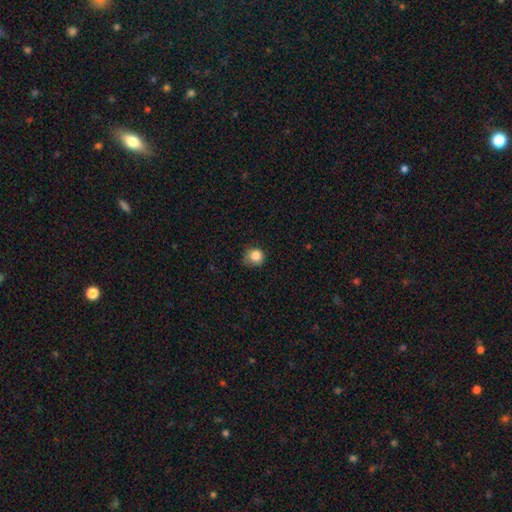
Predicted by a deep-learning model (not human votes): Smooth or featured? smooth (84%)
How rounded? round (87%)
Merging? none (66%)